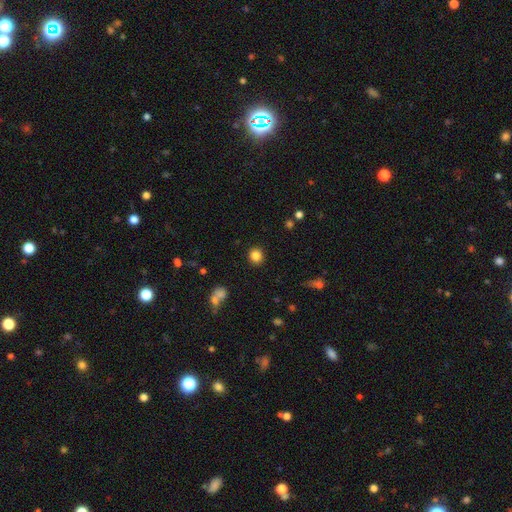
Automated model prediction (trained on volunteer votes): A smooth galaxy with no disk features (84%) that is round (89%).

Vote fractions:
- Smooth or featured? smooth: 84% / star or artifact: 11% / featured or disk: 5%
- How rounded? round: 89% / in between: 10% / cigar-shaped: 1%
- Merging? none: 91% / minor disturbance: 6% / major disturbance: 2% / merger: 2%